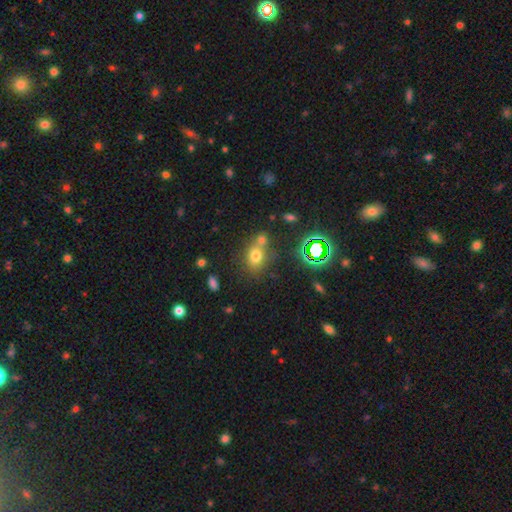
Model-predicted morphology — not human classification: smooth_or_featured: smooth (p=0.68) [alt: star or artifact p=0.20]
how_rounded: in between (p=0.51) [alt: round p=0.47]
merging: none (p=0.51) [alt: merger p=0.32]